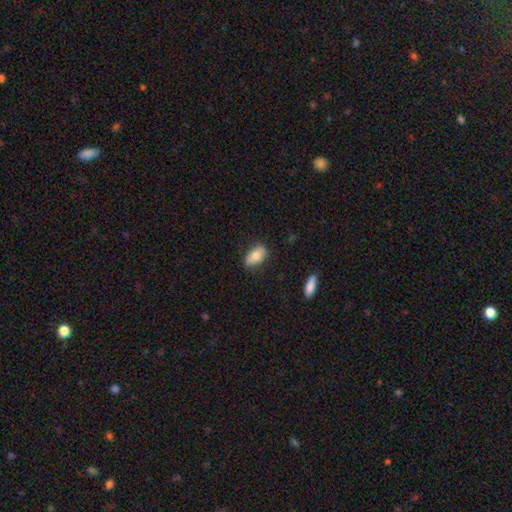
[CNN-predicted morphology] Q: Smooth or featured?
A: smooth (80%); runner-up: featured or disk (13%)
Q: How rounded?
A: in between (92%); runner-up: round (5%)
Q: Merging?
A: none (79%); runner-up: minor disturbance (17%)